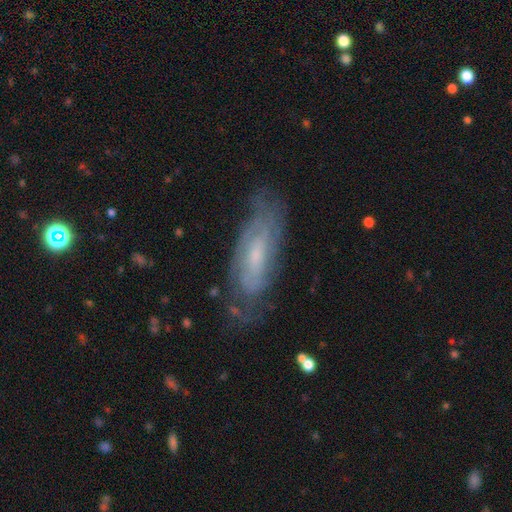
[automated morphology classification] Smooth or featured: featured or disk — 68% (smooth — 24%)
Edge-on disk: no — 82% (yes — 18%)
Bar: no — 56% (weak — 36%)
Spiral arms: yes — 83% (no — 17%)
Bulge size: small — 59% (moderate — 30%)
Merging: none — 69% (minor disturbance — 21%)